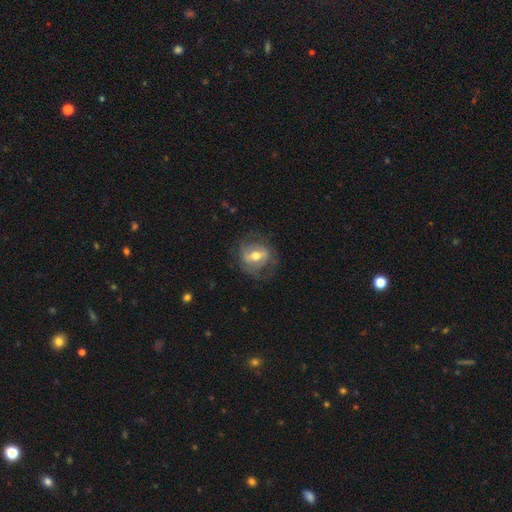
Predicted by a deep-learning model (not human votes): Q: Smooth or featured?
A: featured or disk (60%); runner-up: smooth (32%)
Q: Edge-on disk?
A: no (91%); runner-up: yes (9%)
Q: Bar?
A: strong (40%); runner-up: weak (39%)
Q: Spiral arms?
A: yes (54%); runner-up: no (46%)
Q: Bulge size?
A: moderate (72%); runner-up: small (13%)
Q: Merging?
A: none (66%); runner-up: minor disturbance (20%)